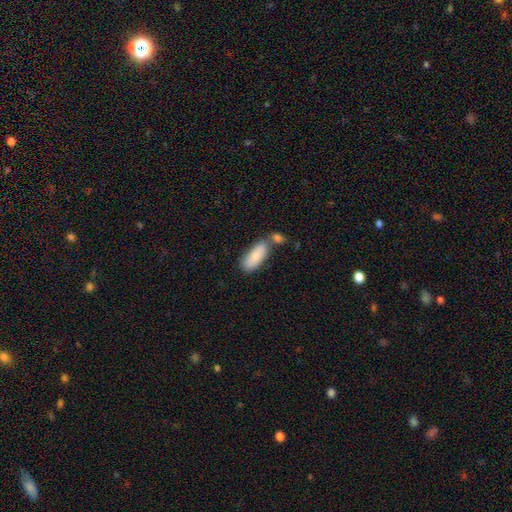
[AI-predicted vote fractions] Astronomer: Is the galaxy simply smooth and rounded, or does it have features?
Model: smooth — 80%.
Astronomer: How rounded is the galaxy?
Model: in between — 80%.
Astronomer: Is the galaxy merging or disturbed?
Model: none — 54%.